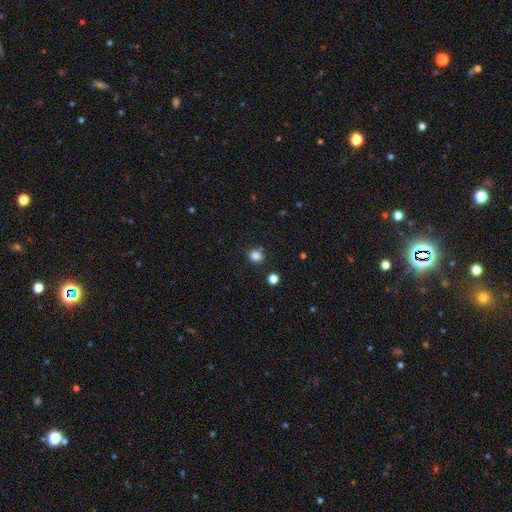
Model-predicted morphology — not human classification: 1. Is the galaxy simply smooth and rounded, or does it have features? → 82% smooth, 14% star or artifact, 4% featured or disk.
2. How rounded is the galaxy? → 80% round, 19% in between, 1% cigar-shaped.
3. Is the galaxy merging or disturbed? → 83% none, 10% minor disturbance, 5% merger, 3% major disturbance.